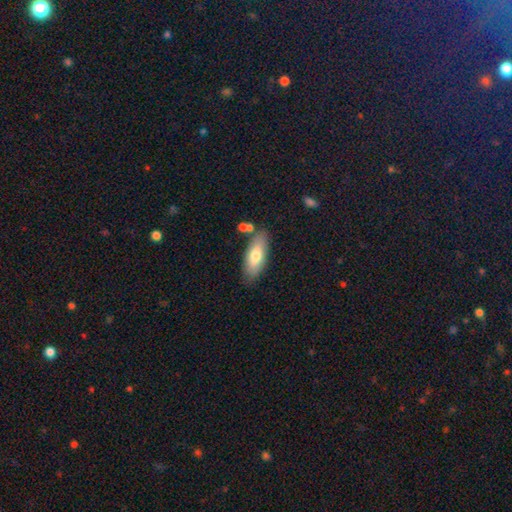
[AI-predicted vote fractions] Smooth or featured? smooth (70%)
How rounded? in between (73%)
Merging? none (76%)